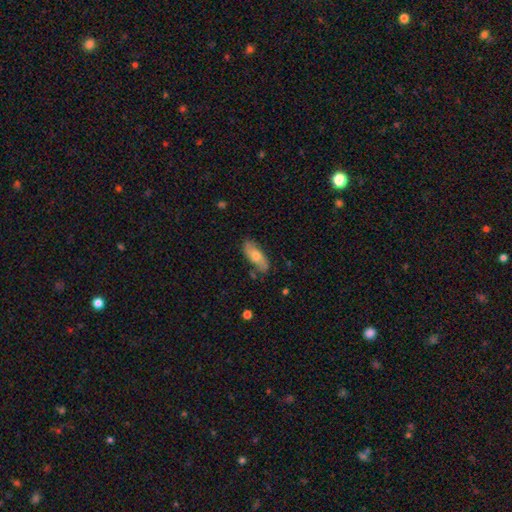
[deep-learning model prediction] This is possibly a smooth galaxy (57%). How rounded: likely in between (73%). Merging: likely none (77%).